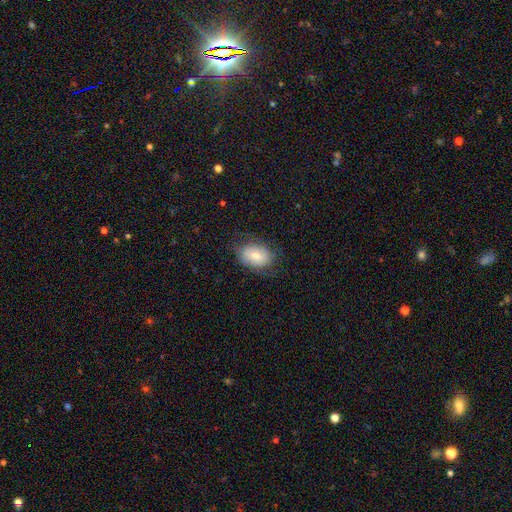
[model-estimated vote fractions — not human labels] The model was most divided on "smooth or featured": smooth: 67%, featured or disk: 24%, star or artifact: 9%. More confident: how rounded — in between (77%); merging — none (73%).